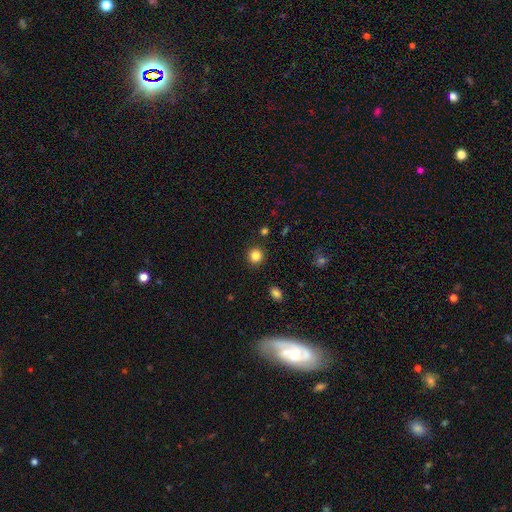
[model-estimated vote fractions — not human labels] smooth 84%, star or artifact 11%, featured or disk 5%. Down the decision tree: how rounded — round (93%); merging — none (91%).